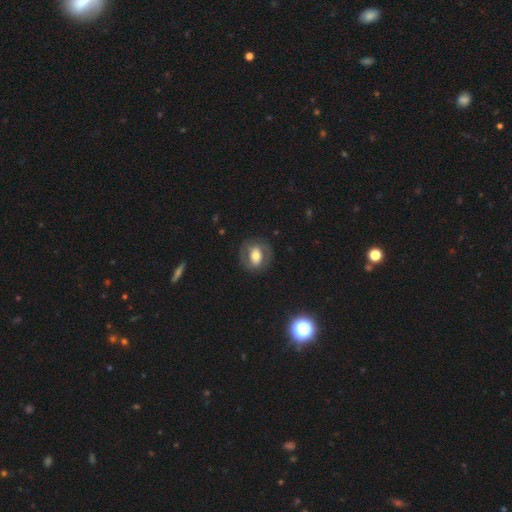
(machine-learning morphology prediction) featured or disk 53%, smooth 40%, star or artifact 7%. Down the decision tree: edge-on disk — no (95%); merging — none (78%).